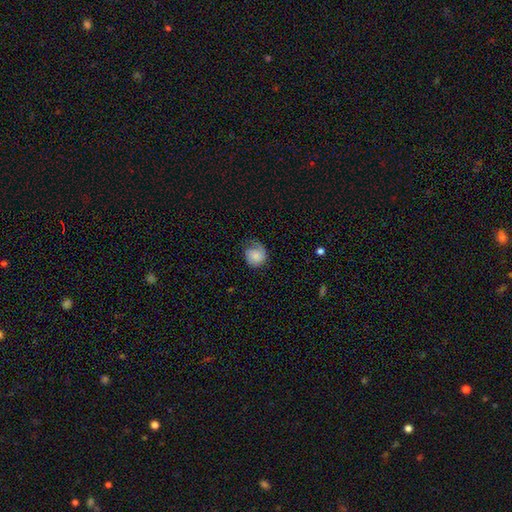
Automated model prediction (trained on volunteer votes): The model was most divided on "merging": none: 51%, minor disturbance: 30%, major disturbance: 17%, merger: 1%. More confident: how rounded — round (77%); smooth or featured — smooth (66%).